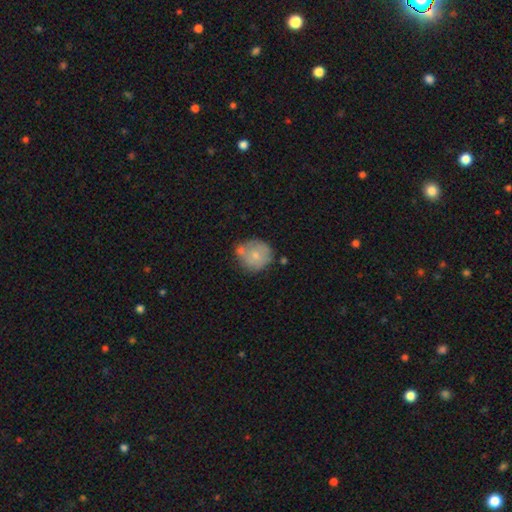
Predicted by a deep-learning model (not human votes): smooth_or_featured: smooth (p=0.63) [alt: featured or disk p=0.30]
how_rounded: round (p=0.86) [alt: in between p=0.13]
merging: none (p=0.52) [alt: minor disturbance p=0.22]